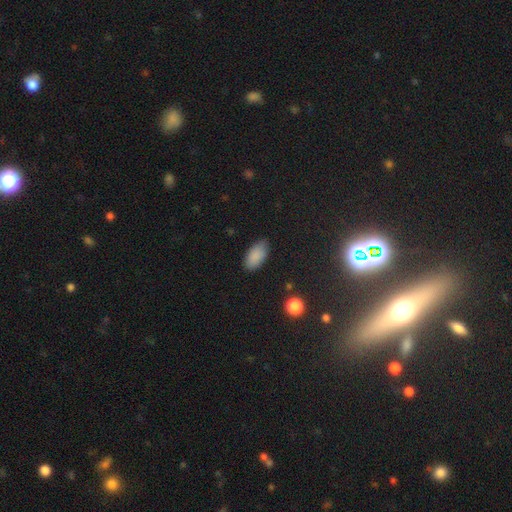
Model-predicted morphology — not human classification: smooth_or_featured: smooth (p=0.87) [alt: star or artifact p=0.08]
how_rounded: in between (p=0.94) [alt: cigar-shaped p=0.04]
merging: none (p=0.84) [alt: minor disturbance p=0.12]